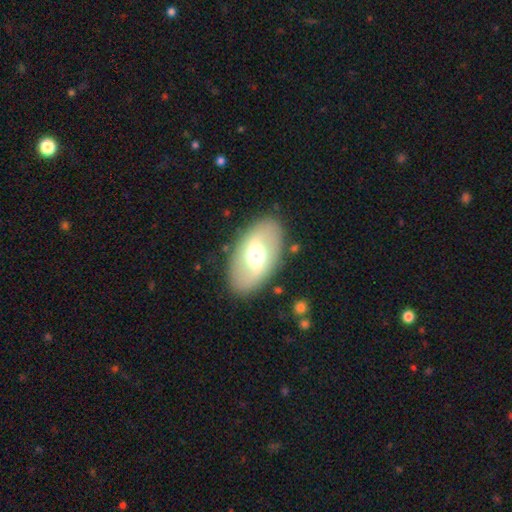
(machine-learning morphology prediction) Smooth or featured? Predicted: smooth (p=0.48). Merging? Predicted: none (p=0.85).